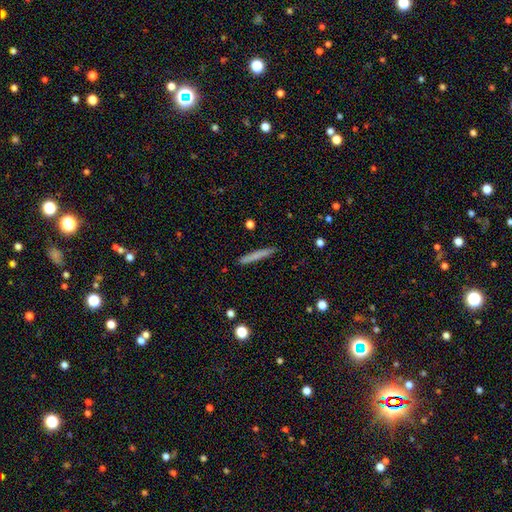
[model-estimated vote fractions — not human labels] Overall: smooth (69%). How rounded: cigar-shaped (96%). Merging: none (89%).